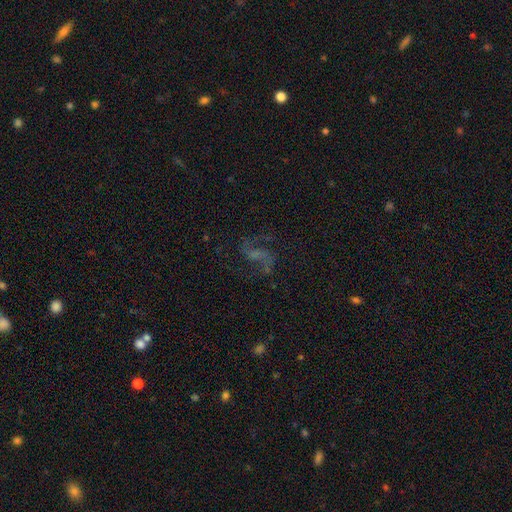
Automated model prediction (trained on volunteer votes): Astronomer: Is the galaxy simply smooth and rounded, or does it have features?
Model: featured or disk — 69%.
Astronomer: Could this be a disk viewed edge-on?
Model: no — 96%.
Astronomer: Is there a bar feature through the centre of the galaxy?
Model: weak — 45% (runner-up: no, 34%).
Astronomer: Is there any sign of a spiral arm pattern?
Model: yes — 92%.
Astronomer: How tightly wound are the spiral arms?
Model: loose — 57% (runner-up: medium, 36%).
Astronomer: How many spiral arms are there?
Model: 2 — 86%.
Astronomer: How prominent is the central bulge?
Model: none — 47% (runner-up: small, 33%).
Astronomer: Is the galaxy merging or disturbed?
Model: none — 69%.